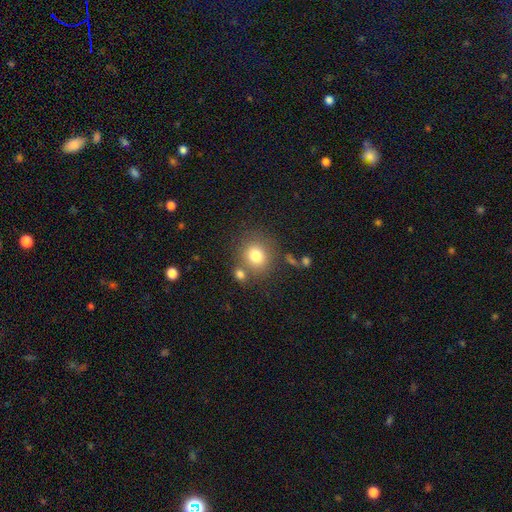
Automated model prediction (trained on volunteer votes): Smooth or featured: smooth — 77% (star or artifact — 12%)
How rounded: round — 82% (in between — 17%)
Merging: none — 70% (merger — 15%)